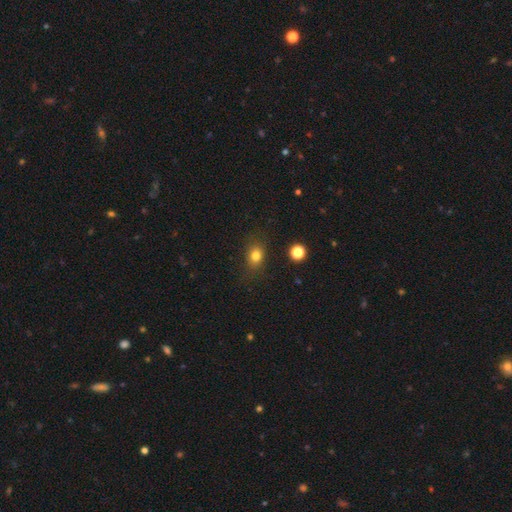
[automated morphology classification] Smooth or featured? smooth (79%)
How rounded? in between (50%)
Merging? none (80%)